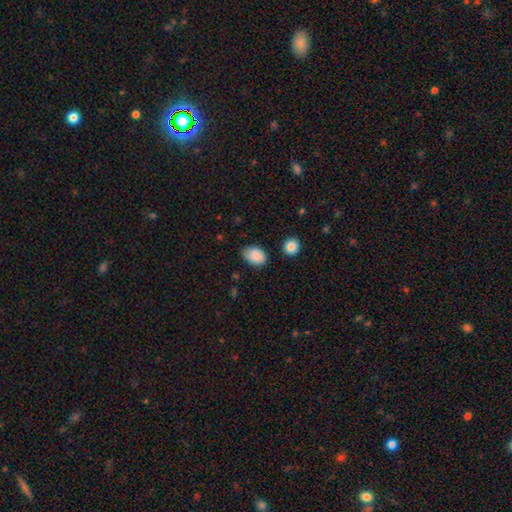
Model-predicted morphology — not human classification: type=smooth (88%); roundness=in between (82%); merging=none (76%).